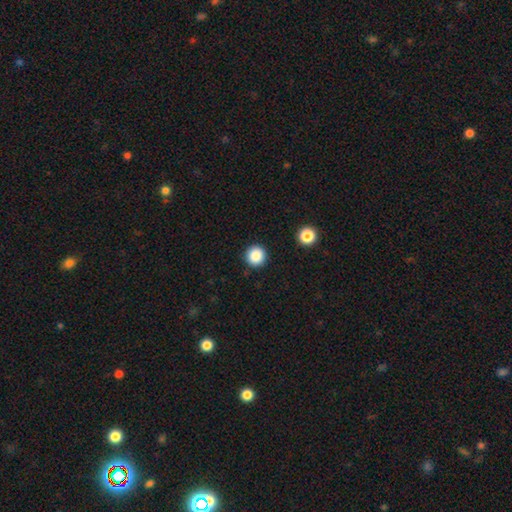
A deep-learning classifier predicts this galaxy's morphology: This appears to be a smooth galaxy with no disk features (86%) that is round (96%). Merging: none (92%).